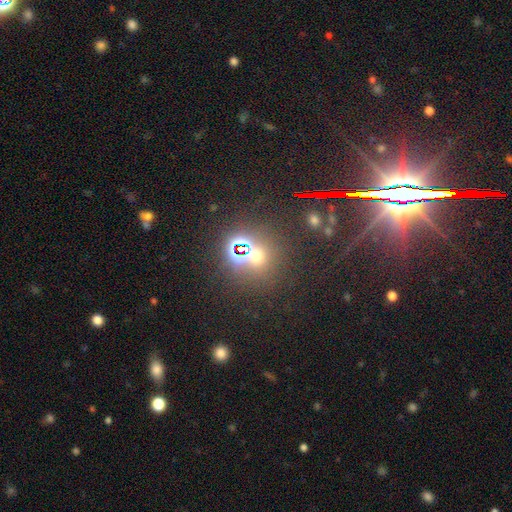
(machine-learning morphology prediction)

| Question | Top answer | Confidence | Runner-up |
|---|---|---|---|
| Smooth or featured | star or artifact | 48% | smooth (43%) |